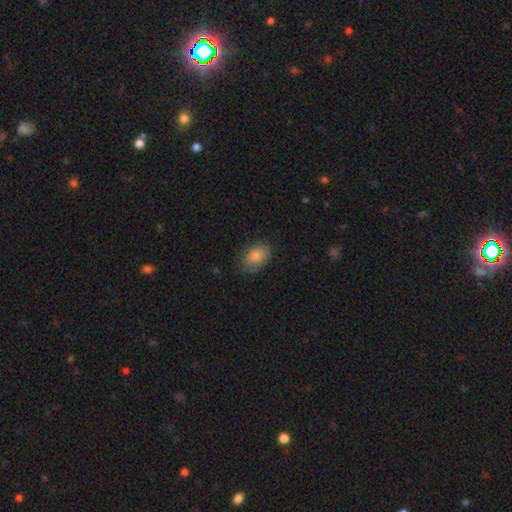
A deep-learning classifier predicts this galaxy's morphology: Q: Smooth or featured?
A: smooth (82%); runner-up: featured or disk (10%)
Q: How rounded?
A: in between (84%); runner-up: round (15%)
Q: Merging?
A: none (80%); runner-up: minor disturbance (16%)